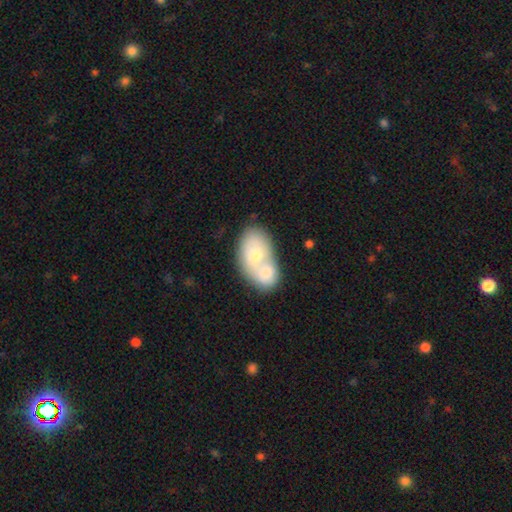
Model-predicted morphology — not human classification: A smooth galaxy with no disk features (64%) that is in between round and cigar-shaped (86%).

Vote fractions:
- Smooth or featured? smooth: 64% / featured or disk: 30% / star or artifact: 6%
- How rounded? in between: 86% / round: 13% / cigar-shaped: 2%
- Merging? merger: 68% / none: 18% / minor disturbance: 9% / major disturbance: 5%